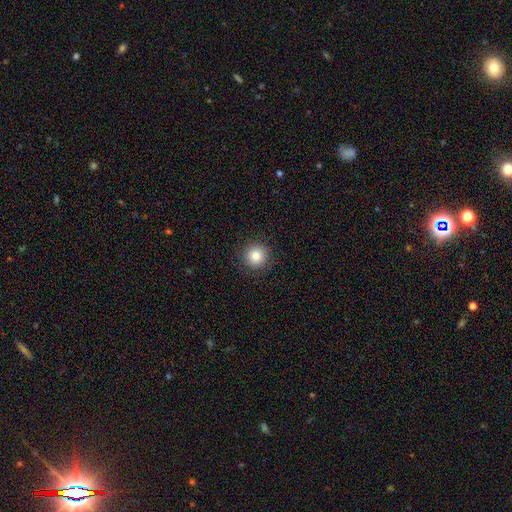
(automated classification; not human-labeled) Smooth or featured? Predicted: smooth (p=0.83). How rounded? Predicted: round (p=0.95). Merging? Predicted: none (p=0.92).